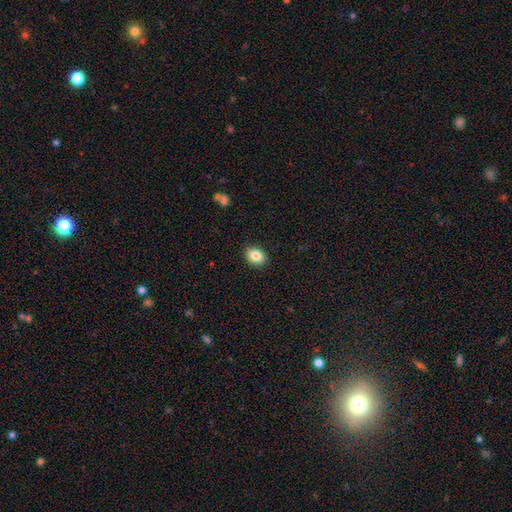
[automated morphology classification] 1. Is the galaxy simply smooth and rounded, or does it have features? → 85% smooth, 9% star or artifact, 7% featured or disk.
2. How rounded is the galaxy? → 63% in between, 36% round, 1% cigar-shaped.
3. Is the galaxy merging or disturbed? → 90% none, 7% minor disturbance, 2% major disturbance, 1% merger.